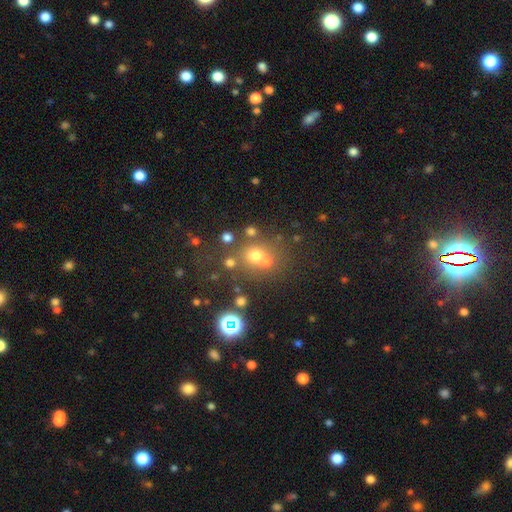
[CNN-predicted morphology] Overall: smooth (60%; star or artifact 25%). How rounded: round (81%). Merging: none (52%; merger 33%).